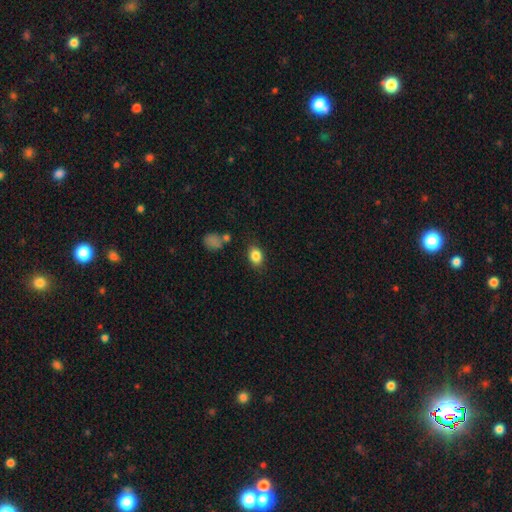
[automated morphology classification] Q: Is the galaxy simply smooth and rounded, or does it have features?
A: smooth — 85%.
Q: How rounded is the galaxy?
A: in between — 64%.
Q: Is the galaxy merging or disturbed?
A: none — 80%.